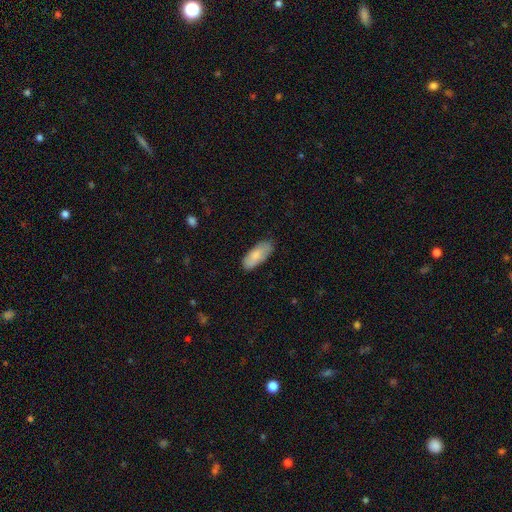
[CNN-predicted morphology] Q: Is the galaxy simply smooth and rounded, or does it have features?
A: smooth — 81%.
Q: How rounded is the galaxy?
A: in between — 83%.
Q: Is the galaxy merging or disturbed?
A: none — 80%.